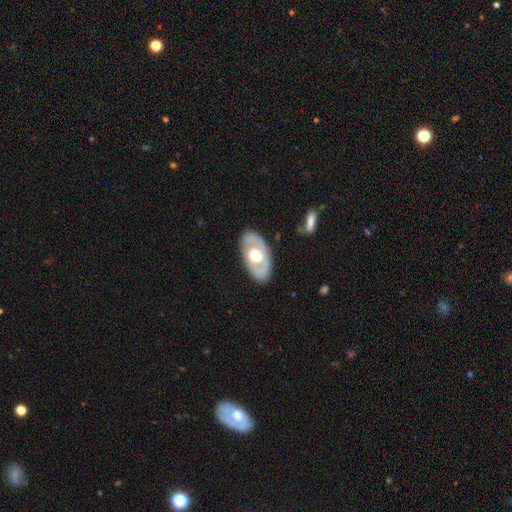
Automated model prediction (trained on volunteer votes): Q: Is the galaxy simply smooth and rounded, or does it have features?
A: featured or disk — 59%.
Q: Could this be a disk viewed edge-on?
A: no — 88%.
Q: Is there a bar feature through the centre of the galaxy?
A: no — 86%.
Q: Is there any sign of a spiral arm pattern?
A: no — 80%.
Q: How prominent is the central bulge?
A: moderate — 61%.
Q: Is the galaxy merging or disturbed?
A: none — 82%.